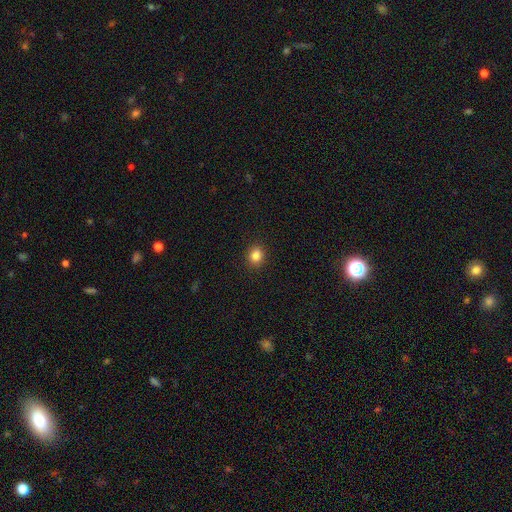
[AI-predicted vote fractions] Smooth or featured: smooth — 85% (star or artifact — 11%)
How rounded: round — 66% (in between — 33%)
Merging: none — 91% (minor disturbance — 6%)